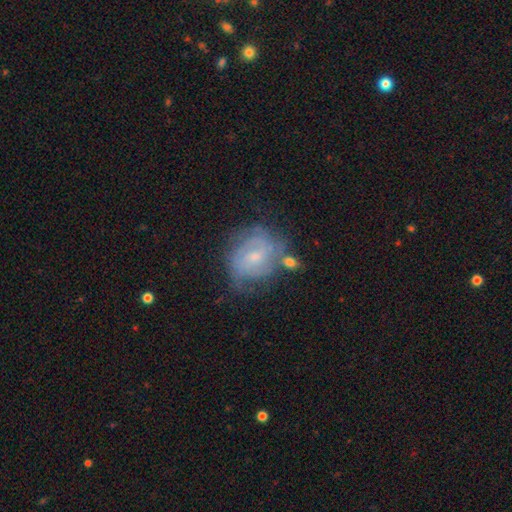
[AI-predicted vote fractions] Smooth or featured: featured or disk — 70% (smooth — 23%)
Edge-on disk: no — 97% (yes — 3%)
Bar: weak — 48% (no — 45%)
Spiral arms: yes — 86% (no — 14%)
Spiral winding: tight — 56% (medium — 33%)
Spiral arm count: can't tell — 42% (2 — 31%)
Bulge size: small — 65% (moderate — 29%)
Merging: none — 56% (minor disturbance — 24%)